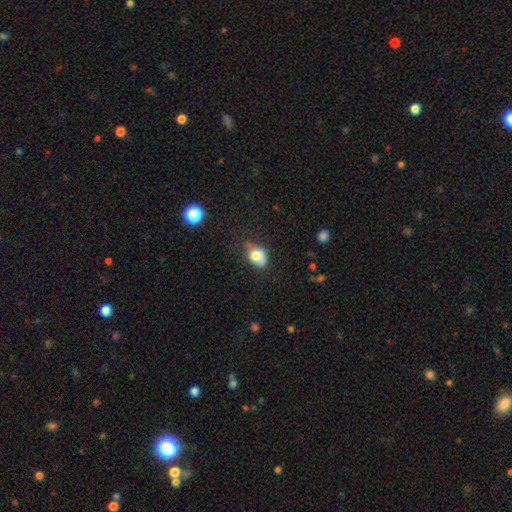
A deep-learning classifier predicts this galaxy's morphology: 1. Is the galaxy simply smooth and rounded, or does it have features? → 75% smooth, 15% featured or disk, 10% star or artifact.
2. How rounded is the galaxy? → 60% in between, 39% round, 1% cigar-shaped.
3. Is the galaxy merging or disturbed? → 43% none, 36% minor disturbance, 14% major disturbance, 6% merger.